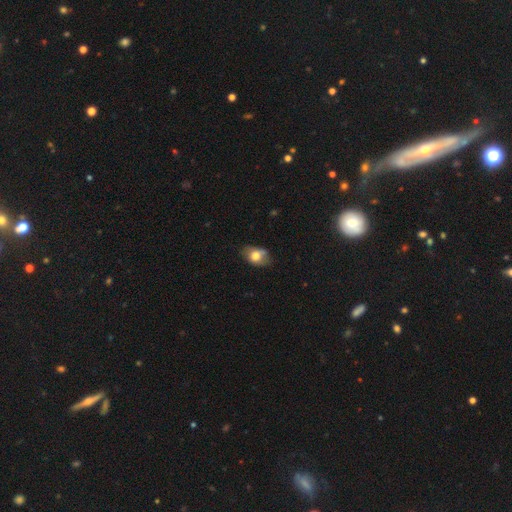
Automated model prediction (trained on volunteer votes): This is likely a smooth galaxy (71%). How rounded: likely in between (78%). Merging: likely none (62%).